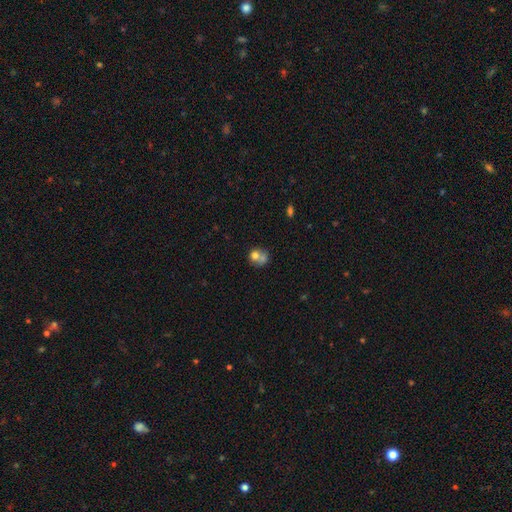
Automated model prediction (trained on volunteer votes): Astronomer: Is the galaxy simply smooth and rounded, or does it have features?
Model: smooth — 68%.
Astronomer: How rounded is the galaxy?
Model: round — 72%.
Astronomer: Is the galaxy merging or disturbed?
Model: merger — 54% (runner-up: none, 31%).